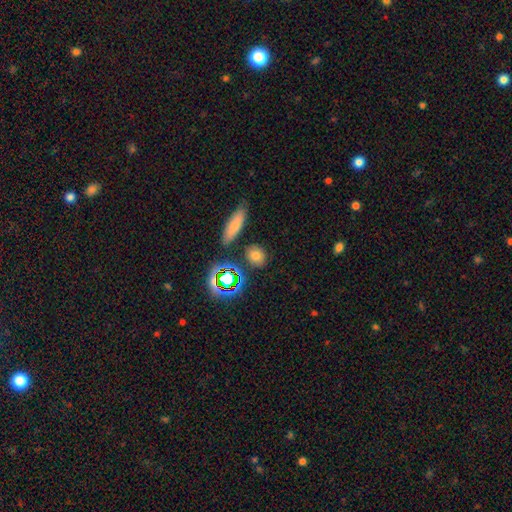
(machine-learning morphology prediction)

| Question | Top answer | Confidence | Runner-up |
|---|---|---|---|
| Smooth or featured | smooth | 72% | star or artifact (20%) |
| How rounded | round | 64% | in between (32%) |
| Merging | none | 84% | minor disturbance (9%) |